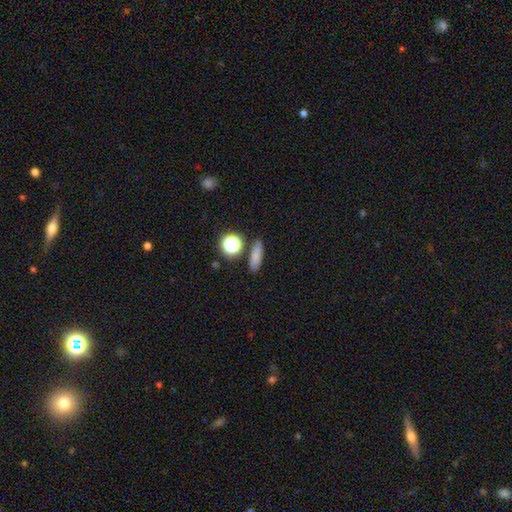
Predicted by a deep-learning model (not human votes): Smooth or featured? Predicted: smooth (p=0.77). How rounded? Predicted: cigar-shaped (p=0.43). Merging? Predicted: none (p=0.82).